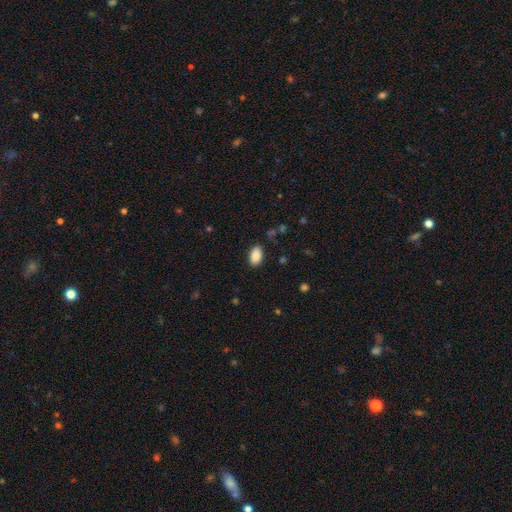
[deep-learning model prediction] Morphology: type=smooth (89%); roundness=in between (93%); merging=none (87%).